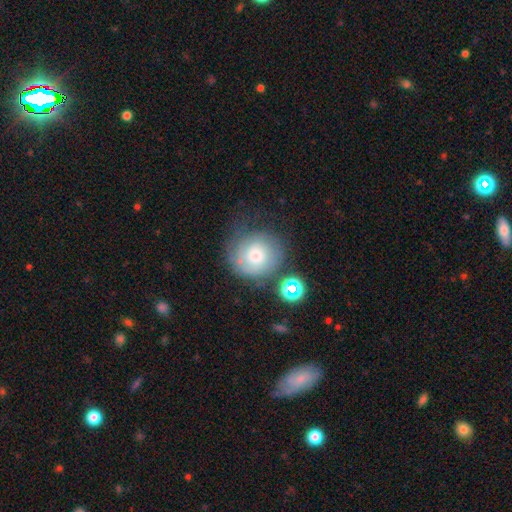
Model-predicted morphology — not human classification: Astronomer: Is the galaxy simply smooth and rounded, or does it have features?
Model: featured or disk — 47% (runner-up: smooth, 43%).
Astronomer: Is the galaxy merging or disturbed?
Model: none — 60%.